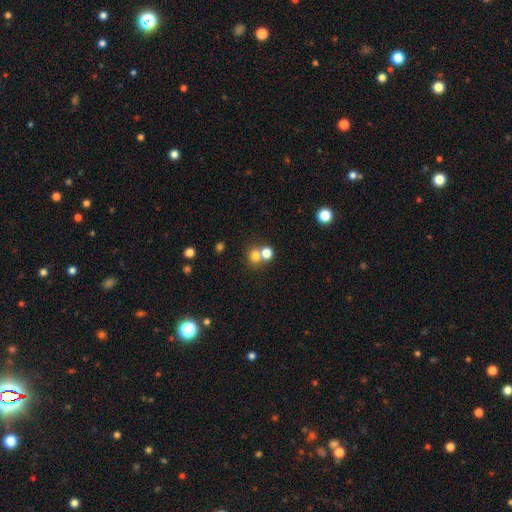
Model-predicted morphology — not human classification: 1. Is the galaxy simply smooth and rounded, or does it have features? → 73% smooth, 16% star or artifact, 11% featured or disk.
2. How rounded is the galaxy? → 82% round, 17% in between, 1% cigar-shaped.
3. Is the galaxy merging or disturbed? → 48% merger, 43% none, 6% minor disturbance, 3% major disturbance.